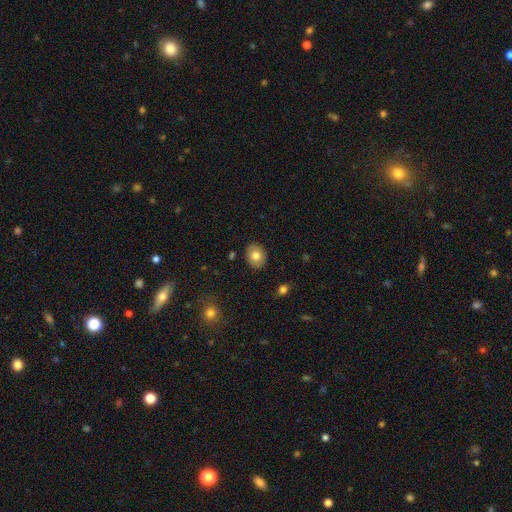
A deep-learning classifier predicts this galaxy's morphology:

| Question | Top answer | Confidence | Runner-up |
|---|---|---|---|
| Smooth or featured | smooth | 76% | featured or disk (16%) |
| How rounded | round | 59% | in between (40%) |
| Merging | none | 88% | minor disturbance (9%) |